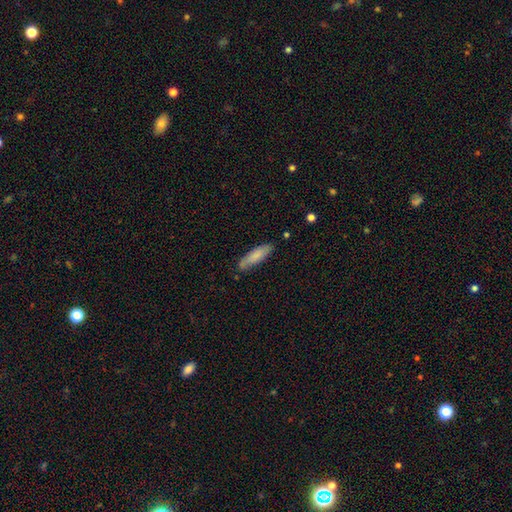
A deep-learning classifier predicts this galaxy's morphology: Smooth or featured? Predicted: smooth (p=0.77). How rounded? Predicted: cigar-shaped (p=0.61). Merging? Predicted: none (p=0.80).